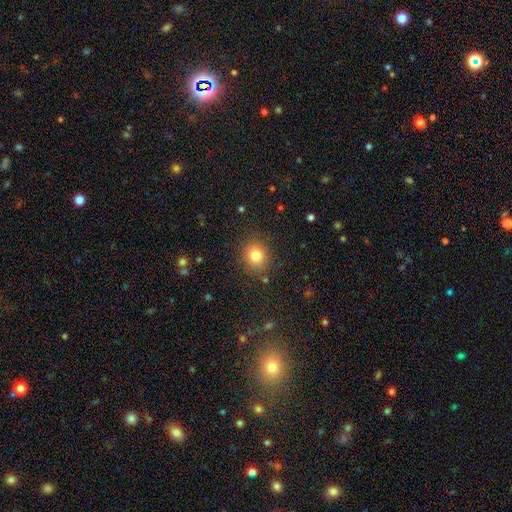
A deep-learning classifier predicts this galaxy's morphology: A smooth galaxy with no disk features (81%) that is round (74%).

Vote fractions:
- Smooth or featured? smooth: 81% / star or artifact: 12% / featured or disk: 7%
- How rounded? round: 74% / in between: 25% / cigar-shaped: 1%
- Merging? none: 84% / minor disturbance: 11% / major disturbance: 4% / merger: 2%